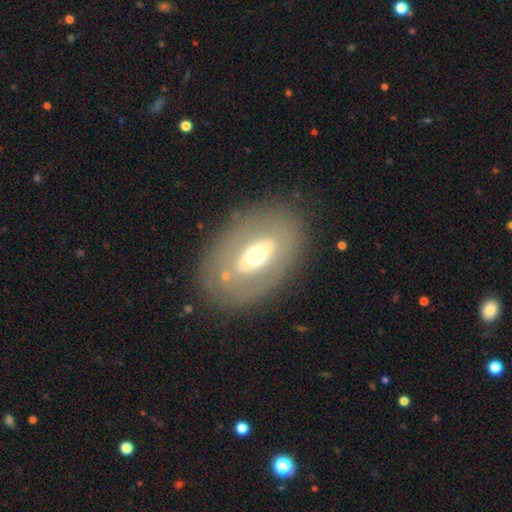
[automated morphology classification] Smooth or featured? featured or disk (54%)
Edge-on disk? no (88%)
Merging? none (80%)